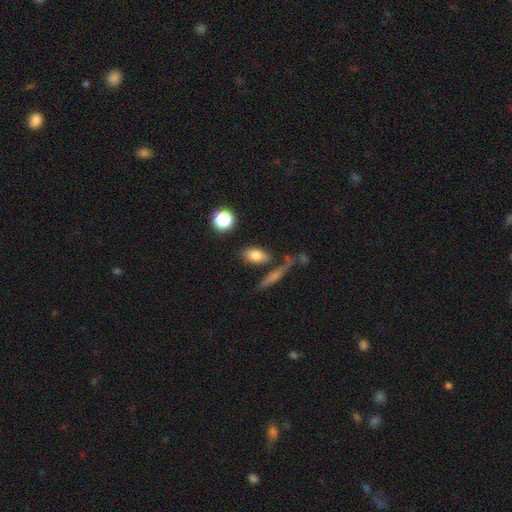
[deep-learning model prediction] smooth_or_featured: smooth (p=0.78) [alt: featured or disk p=0.12]
how_rounded: in between (p=0.83) [alt: round p=0.10]
merging: none (p=0.71) [alt: minor disturbance p=0.13]